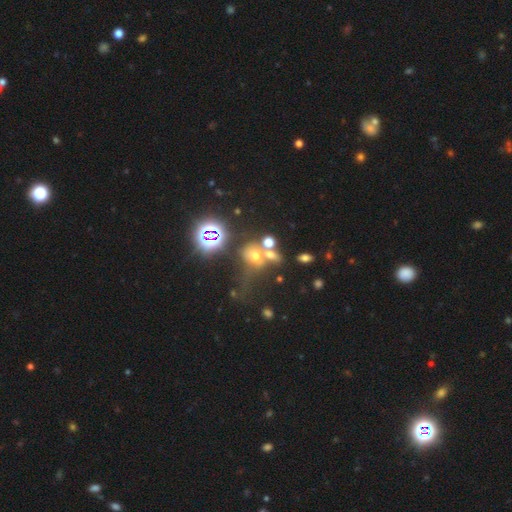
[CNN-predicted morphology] smooth-or-featured: smooth: 48% | star or artifact: 33% | featured or disk: 19%
  merging: merger: 38% | none: 36% | minor disturbance: 13% | major disturbance: 13%